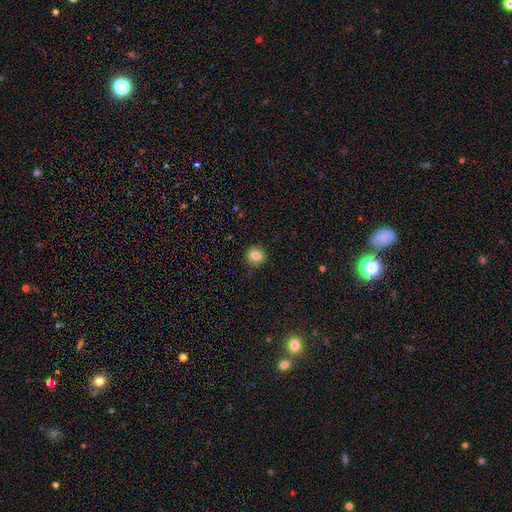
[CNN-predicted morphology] Smooth or featured? smooth (81%)
How rounded? round (85%)
Merging? none (87%)